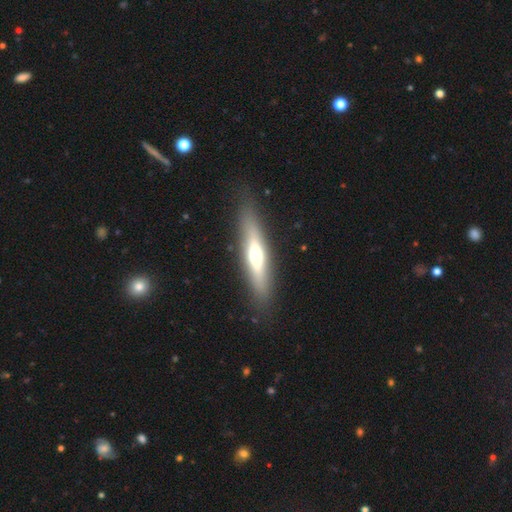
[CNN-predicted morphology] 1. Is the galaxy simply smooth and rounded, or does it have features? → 50% featured or disk, 44% smooth, 6% star or artifact.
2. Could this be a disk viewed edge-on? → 86% yes, 14% no.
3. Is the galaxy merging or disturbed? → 86% none, 9% minor disturbance, 3% major disturbance, 1% merger.